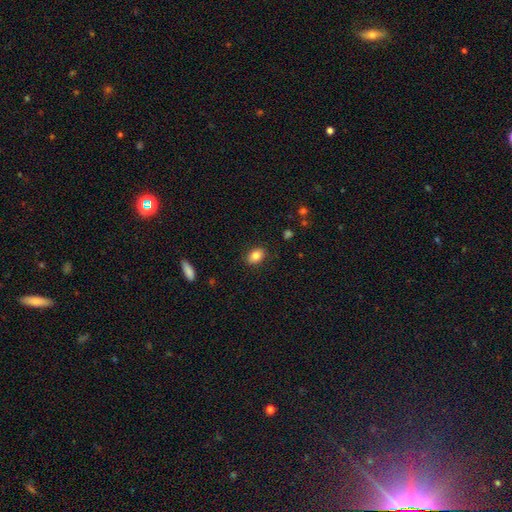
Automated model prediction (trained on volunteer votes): The model was most divided on "how rounded": in between: 80%, round: 19%, cigar-shaped: 1%. More confident: merging — none (86%); smooth or featured — smooth (83%).